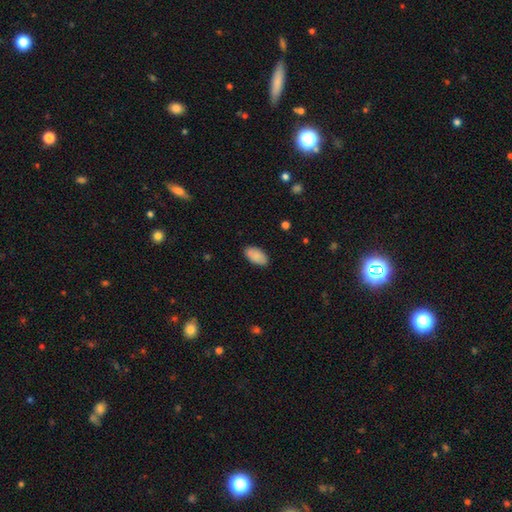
smooth-or-featured: smooth: 88% | featured or disk: 8% | star or artifact: 5%
  how-rounded: in between: 97% | cigar-shaped: 3% | round: 0%
  merging: none: 87% | minor disturbance: 8% | merger: 5% | major disturbance: 0%